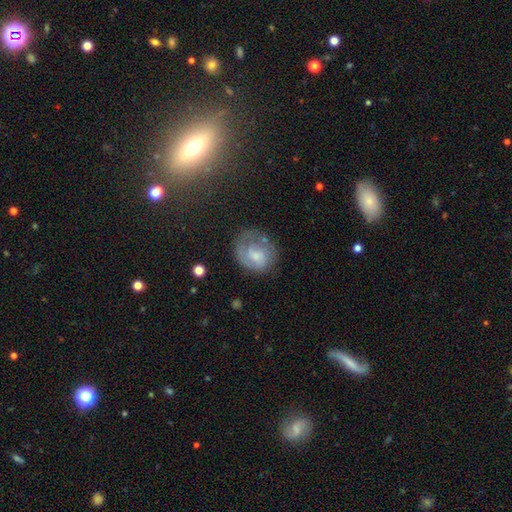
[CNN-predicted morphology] Smooth or featured: featured or disk — 46% (smooth — 45%)
Merging: none — 50% (minor disturbance — 25%)